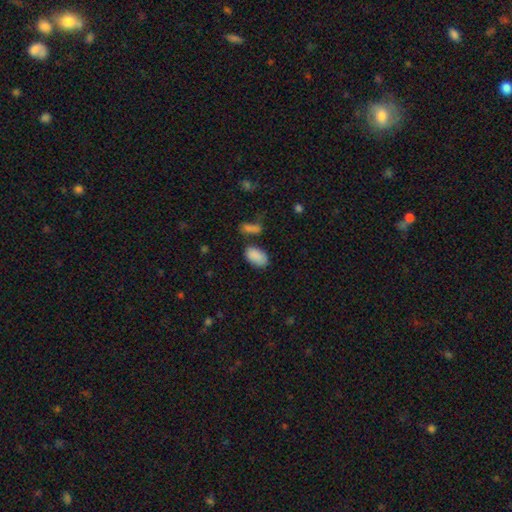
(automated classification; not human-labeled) A smooth galaxy with no disk features (88%) that is in between round and cigar-shaped (95%). Merging: none (71%).